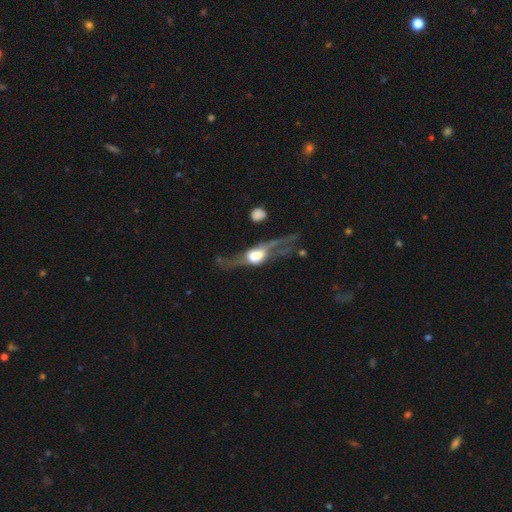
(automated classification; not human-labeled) Smooth or featured? featured or disk (71%)
Edge-on disk? yes (59%)
Merging? none (39%)